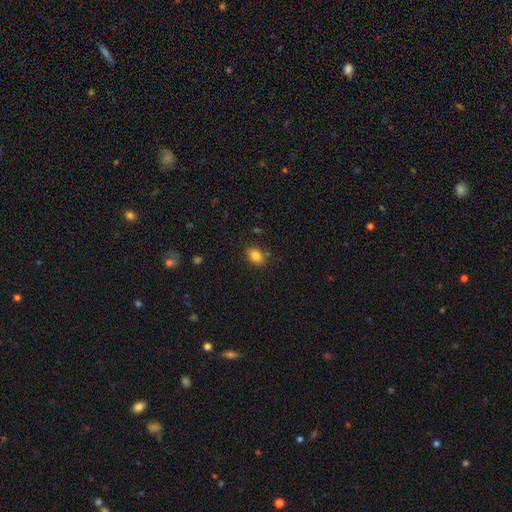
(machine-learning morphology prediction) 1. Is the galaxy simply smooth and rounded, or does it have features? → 85% smooth, 10% star or artifact, 6% featured or disk.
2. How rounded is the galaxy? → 79% in between, 20% round, 1% cigar-shaped.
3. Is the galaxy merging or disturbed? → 81% none, 12% minor disturbance, 4% merger, 3% major disturbance.